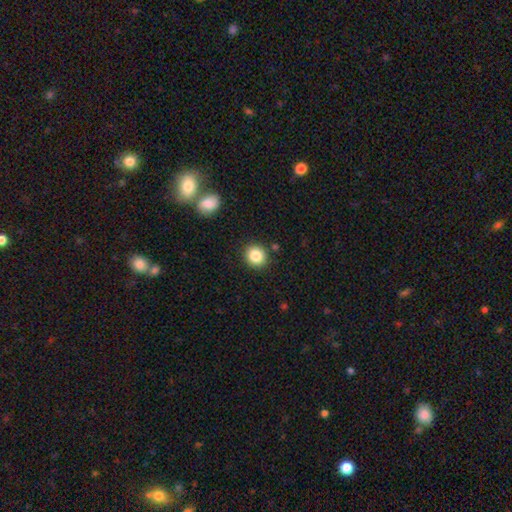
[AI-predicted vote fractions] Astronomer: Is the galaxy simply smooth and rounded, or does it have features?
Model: smooth — 86%.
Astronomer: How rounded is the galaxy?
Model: round — 86%.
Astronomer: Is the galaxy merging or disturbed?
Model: none — 89%.